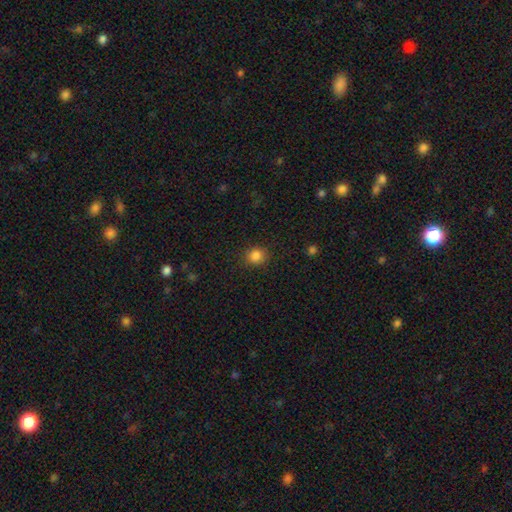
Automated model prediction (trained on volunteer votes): Smooth or featured: smooth — 85% (star or artifact — 11%)
How rounded: round — 83% (in between — 16%)
Merging: none — 88% (minor disturbance — 8%)